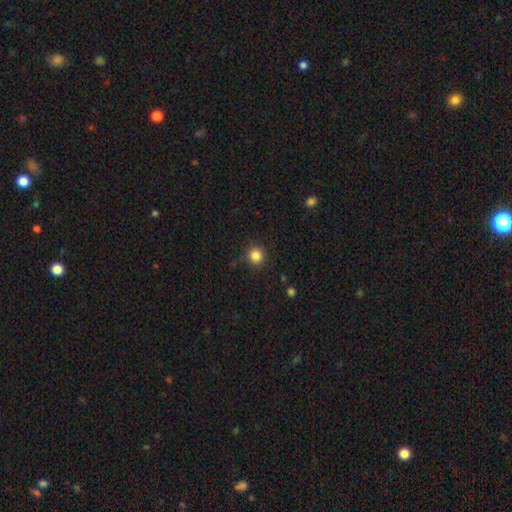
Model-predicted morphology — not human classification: The model was most divided on "smooth or featured": smooth: 84%, star or artifact: 12%, featured or disk: 4%. More confident: how rounded — round (94%); merging — none (87%).